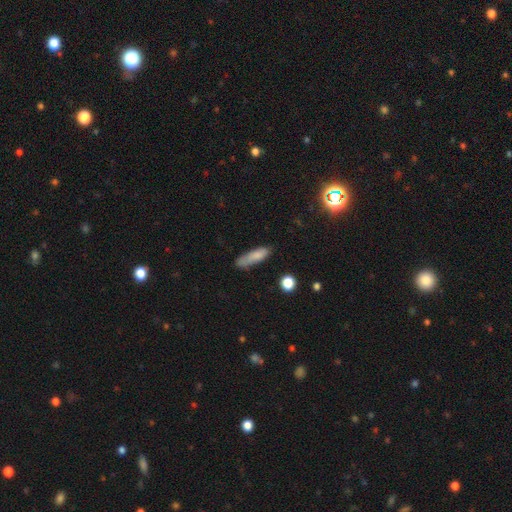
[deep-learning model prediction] smooth 79%, featured or disk 12%, star or artifact 8%. Down the decision tree: how rounded — cigar-shaped (64%); merging — none (61%).